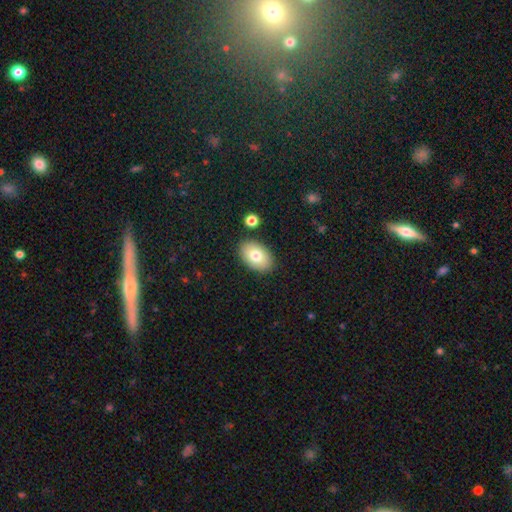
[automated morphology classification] type=smooth (78%); roundness=in between (90%); merging=none (87%).